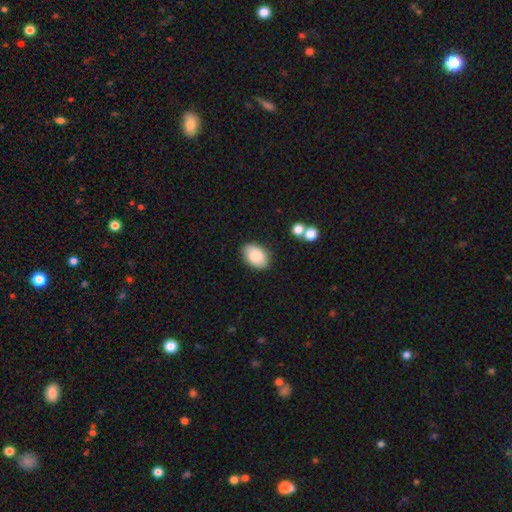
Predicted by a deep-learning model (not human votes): A smooth galaxy with no disk features (83%) that is in between round and cigar-shaped (90%). Merging: none (82%).